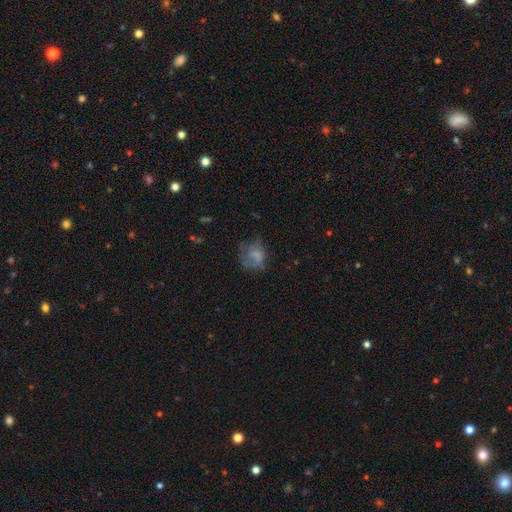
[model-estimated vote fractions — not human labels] smooth_or_featured: smooth (p=0.60) [alt: featured or disk p=0.27]
how_rounded: round (p=0.57) [alt: in between p=0.41]
merging: none (p=0.40) [alt: major disturbance p=0.31]